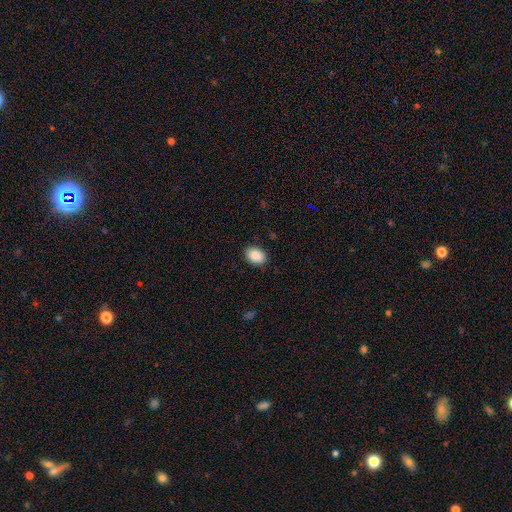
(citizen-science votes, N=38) smooth 89%, featured or disk 5%, star or artifact 5%. Down the decision tree: how rounded — in between (65%); merging — none (92%).